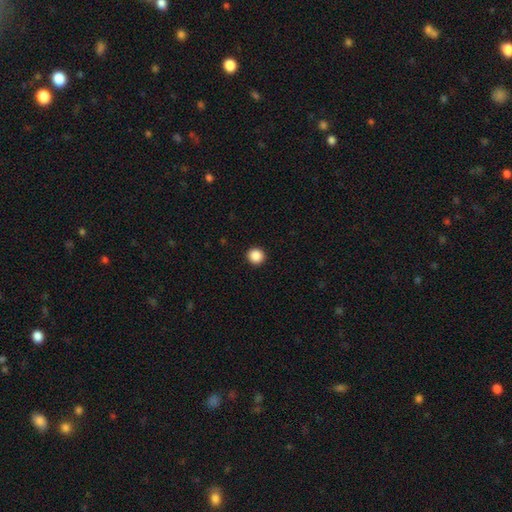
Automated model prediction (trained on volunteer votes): A smooth galaxy with no disk features (88%) that is round (94%).

Vote fractions:
- Smooth or featured? smooth: 88% / star or artifact: 10% / featured or disk: 3%
- How rounded? round: 94% / in between: 5% / cigar-shaped: 1%
- Merging? none: 93% / minor disturbance: 4% / major disturbance: 2% / merger: 1%